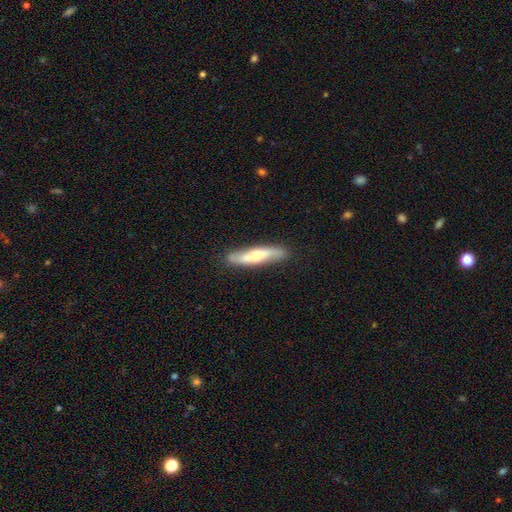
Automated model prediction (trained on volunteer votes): This is possibly a smooth galaxy (54%). How rounded: clearly cigar-shaped (89%). Merging: clearly none (82%).